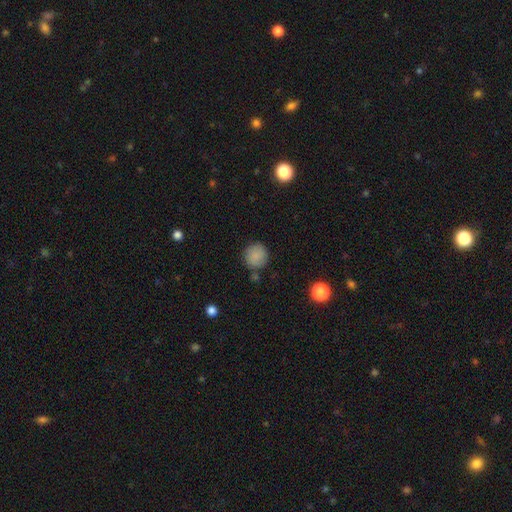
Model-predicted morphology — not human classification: Smooth or featured? smooth (85%)
How rounded? round (93%)
Merging? none (81%)